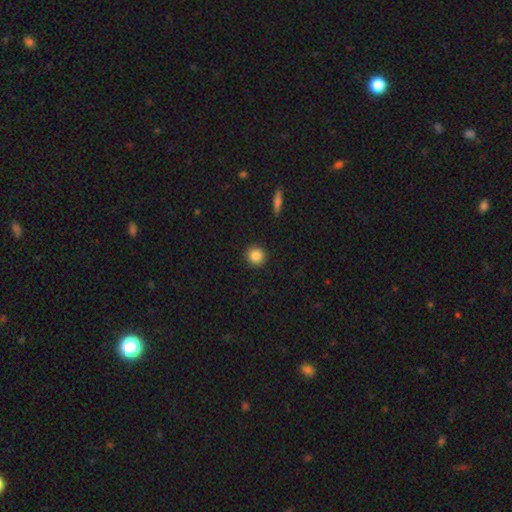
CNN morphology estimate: smooth-or-featured: smooth: 85% | star or artifact: 10% | featured or disk: 5%
  how-rounded: round: 93% | in between: 6% | cigar-shaped: 1%
  merging: none: 92% | minor disturbance: 5% | major disturbance: 2% | merger: 1%